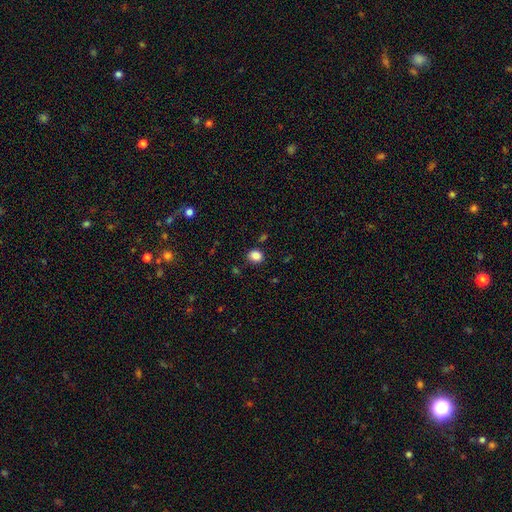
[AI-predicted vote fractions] Smooth or featured? Predicted: smooth (p=0.86). How rounded? Predicted: round (p=0.65). Merging? Predicted: none (p=0.85).